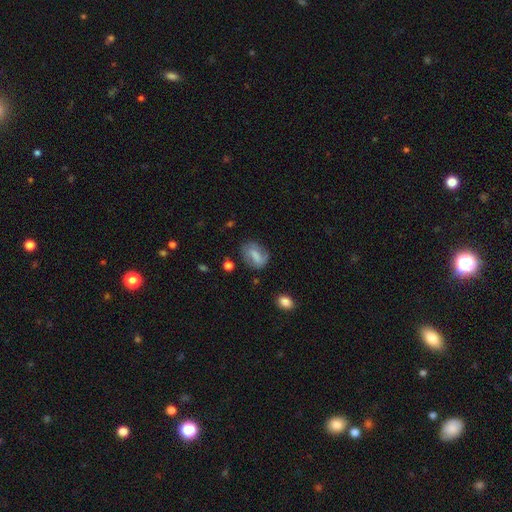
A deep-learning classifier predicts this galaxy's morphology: Smooth or featured: smooth — 51% (featured or disk — 40%)
How rounded: in between — 67% (round — 29%)
Merging: none — 67% (minor disturbance — 21%)